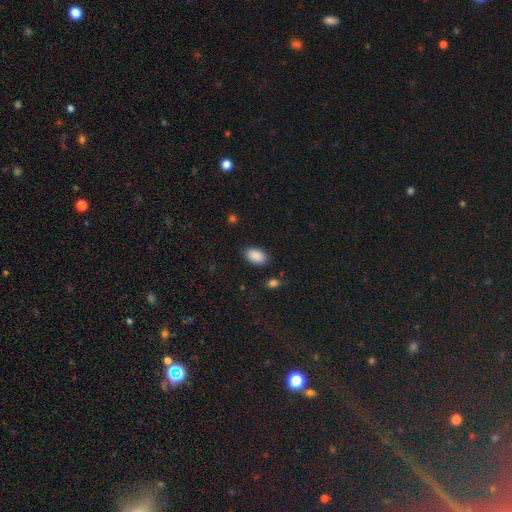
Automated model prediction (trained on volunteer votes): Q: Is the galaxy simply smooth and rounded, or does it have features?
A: smooth — 90%.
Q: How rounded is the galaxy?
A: in between — 93%.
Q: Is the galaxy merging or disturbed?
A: none — 85%.